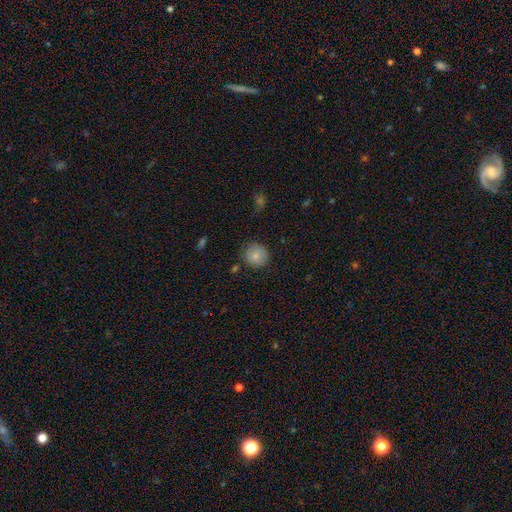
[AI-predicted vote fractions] smooth_or_featured: smooth (p=0.82) [alt: featured or disk p=0.10]
how_rounded: round (p=0.90) [alt: in between p=0.09]
merging: none (p=0.83) [alt: minor disturbance p=0.12]